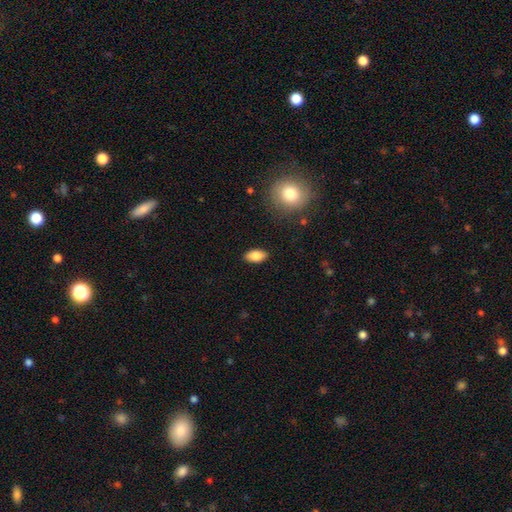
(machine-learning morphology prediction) Q: Smooth or featured?
A: smooth (85%); runner-up: star or artifact (8%)
Q: How rounded?
A: in between (92%); runner-up: round (4%)
Q: Merging?
A: none (88%); runner-up: minor disturbance (9%)